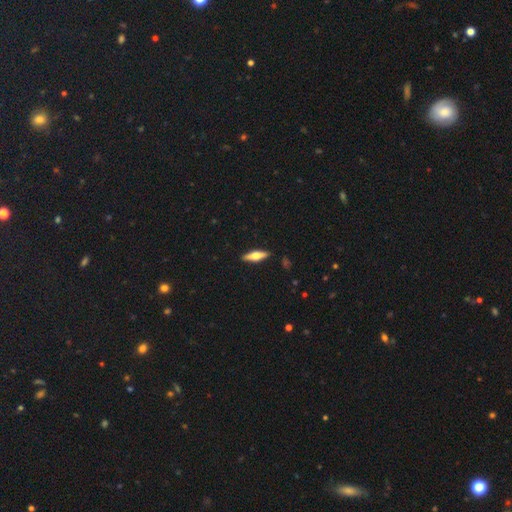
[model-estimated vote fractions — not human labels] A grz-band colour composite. It shows a featured or disk galaxy (51%) viewed edge-on (94%). Merging: none (90%).